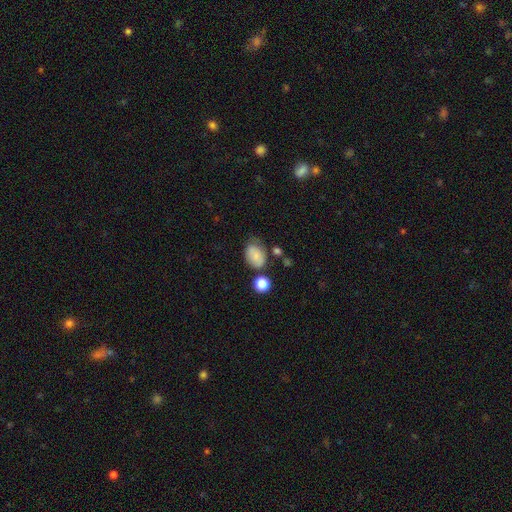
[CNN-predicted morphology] Smooth or featured?
  - smooth: 79% *
  - featured or disk: 11%
  - star or artifact: 9%
How rounded?
  - in between: 78% *
  - round: 21%
  - cigar-shaped: 1%
Merging?
  - none: 55% *
  - minor disturbance: 28%
  - major disturbance: 9%
  - merger: 8%